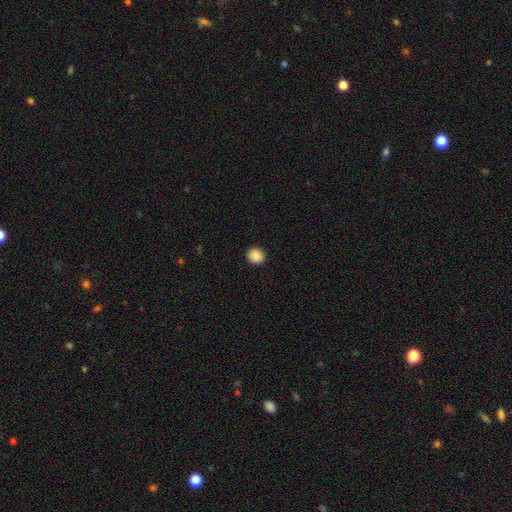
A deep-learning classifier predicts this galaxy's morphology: smooth 88%, star or artifact 9%, featured or disk 3%. Down the decision tree: how rounded — round (85%); merging — none (92%).